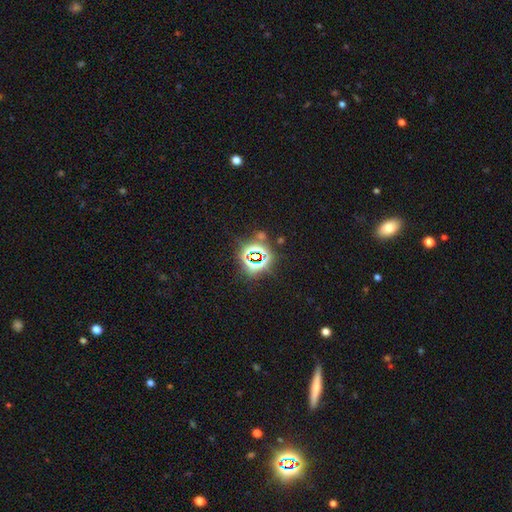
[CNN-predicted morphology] A star or artifact, not a galaxy (77%).